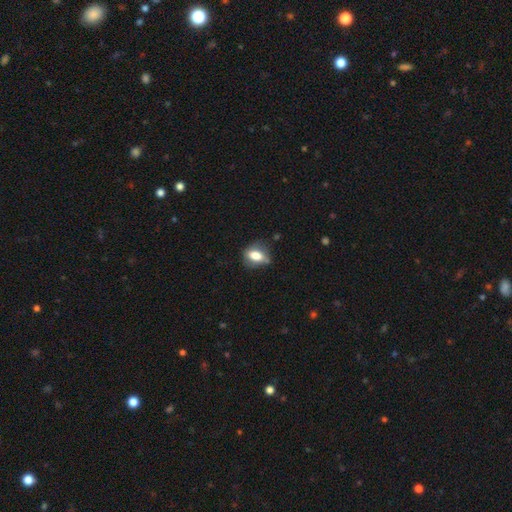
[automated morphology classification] A smooth galaxy with no disk features (71%) that is in between round and cigar-shaped (75%).

Vote fractions:
- Smooth or featured? smooth: 71% / featured or disk: 21% / star or artifact: 8%
- How rounded? in between: 75% / round: 21% / cigar-shaped: 4%
- Merging? none: 62% / minor disturbance: 26% / major disturbance: 9% / merger: 3%